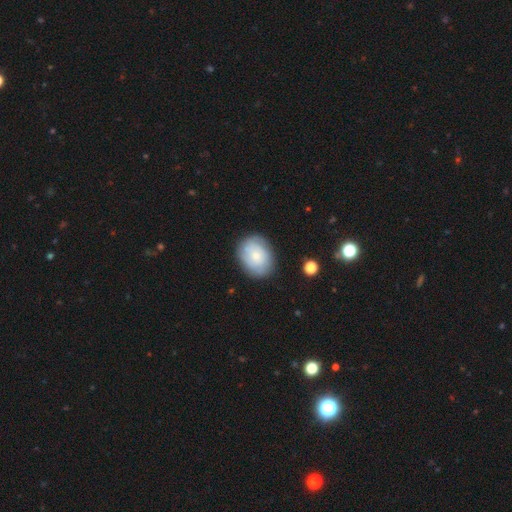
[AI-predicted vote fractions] A smooth galaxy with no disk features (68%) that is in between round and cigar-shaped (63%).

Vote fractions:
- Smooth or featured? smooth: 68% / featured or disk: 25% / star or artifact: 7%
- How rounded? in between: 63% / round: 37% / cigar-shaped: 1%
- Merging? none: 78% / minor disturbance: 15% / major disturbance: 4% / merger: 2%